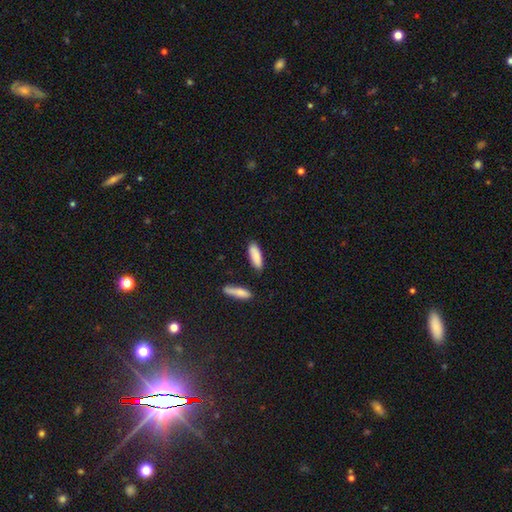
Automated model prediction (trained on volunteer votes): smooth-or-featured: smooth: 87% | featured or disk: 8% | star or artifact: 6%
  how-rounded: in between: 54% | cigar-shaped: 44% | round: 2%
  merging: none: 82% | minor disturbance: 11% | merger: 4% | major disturbance: 2%